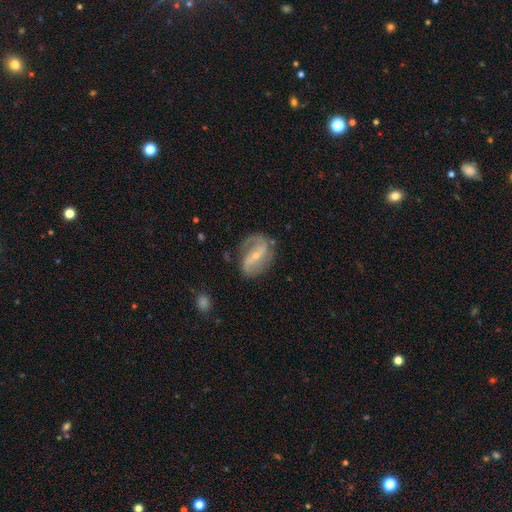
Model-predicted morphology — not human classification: Smooth or featured: featured or disk — 83% (smooth — 11%)
Edge-on disk: no — 96% (yes — 4%)
Bar: strong — 44% (weak — 36%)
Spiral arms: yes — 92% (no — 8%)
Spiral winding: medium — 42% (loose — 38%)
Spiral arm count: 2 — 80% (1 — 9%)
Bulge size: small — 64% (moderate — 32%)
Merging: none — 66% (minor disturbance — 21%)